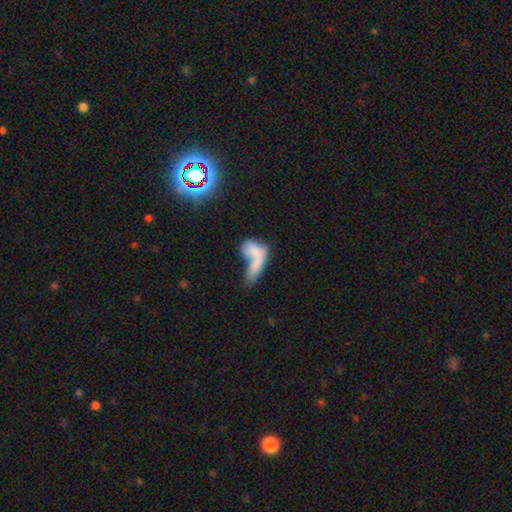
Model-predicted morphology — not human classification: smooth_or_featured: smooth (p=0.70) [alt: featured or disk p=0.21]
how_rounded: in between (p=0.73) [alt: cigar-shaped p=0.18]
merging: merger (p=0.64) [alt: none p=0.18]